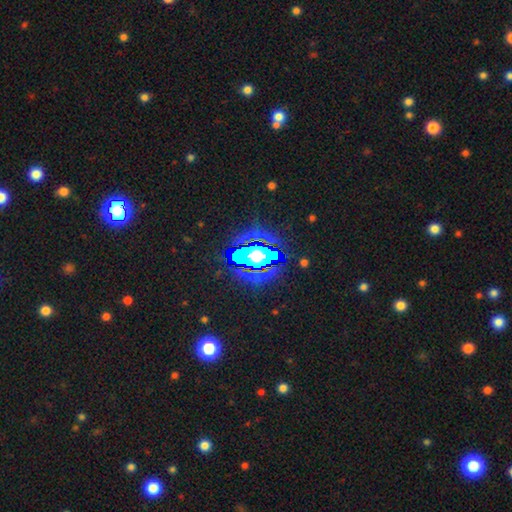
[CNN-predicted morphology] Smooth or featured? star or artifact (60%)